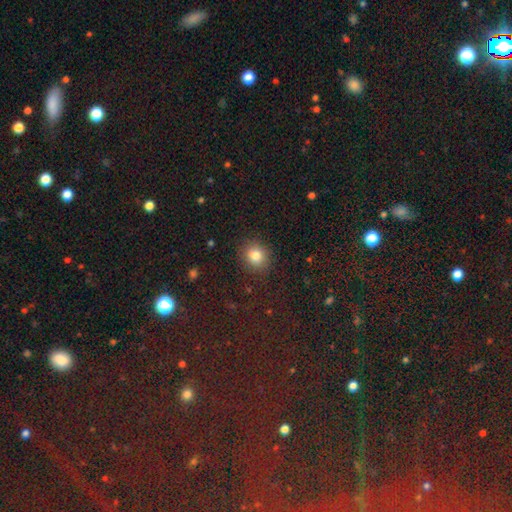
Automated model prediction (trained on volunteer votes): smooth_or_featured: smooth (p=0.81) [alt: star or artifact p=0.12]
how_rounded: round (p=0.78) [alt: in between p=0.21]
merging: none (p=0.87) [alt: minor disturbance p=0.09]